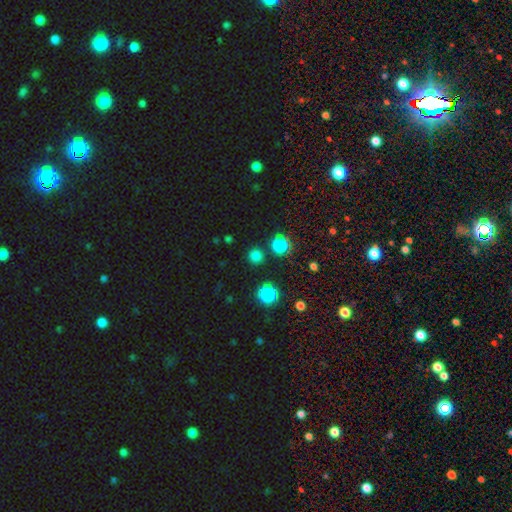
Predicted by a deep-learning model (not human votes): This appears to be a smooth galaxy with no disk features (69%) that is round (93%). Merging: none (87%).